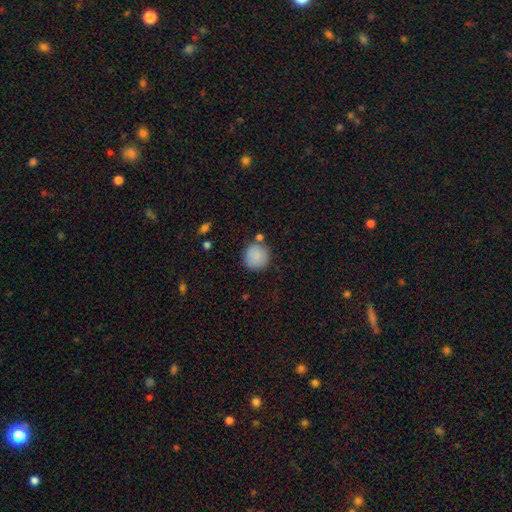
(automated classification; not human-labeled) This appears to be a smooth galaxy with no disk features (87%) that is round (93%). Merging: none (76%).